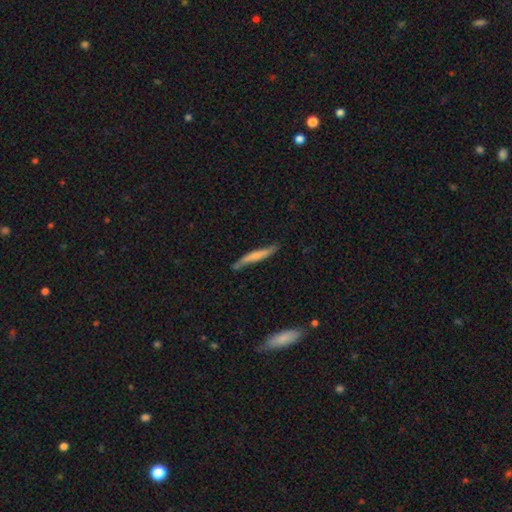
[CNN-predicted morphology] smooth_or_featured: smooth (p=0.58) [alt: featured or disk p=0.36]
how_rounded: cigar-shaped (p=0.94) [alt: in between p=0.05]
merging: none (p=0.67) [alt: minor disturbance p=0.23]